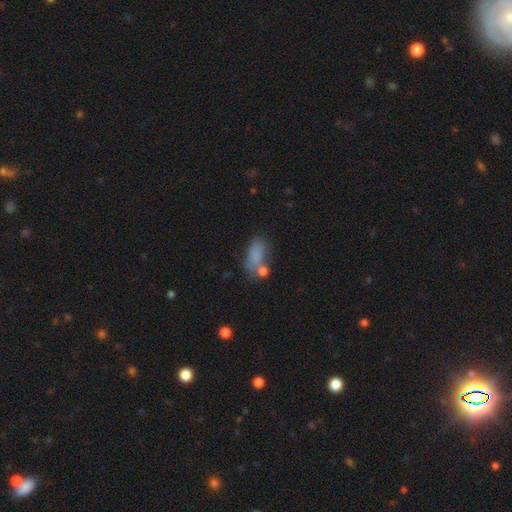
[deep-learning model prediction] smooth-or-featured: smooth: 76% | featured or disk: 12% | star or artifact: 12%
  how-rounded: in between: 84% | cigar-shaped: 9% | round: 7%
  merging: none: 46% | minor disturbance: 22% | merger: 19% | major disturbance: 13%